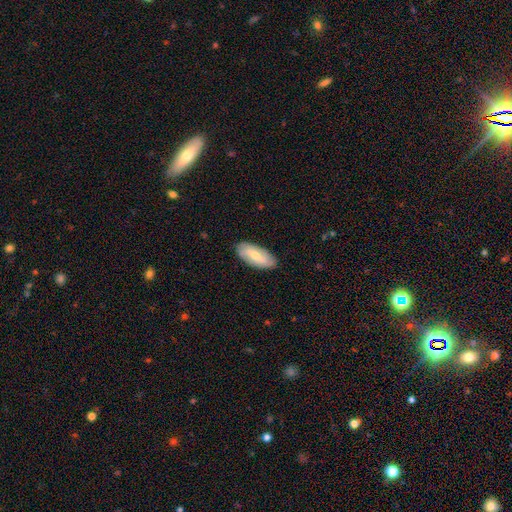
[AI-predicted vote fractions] Overall: smooth (54%; featured or disk 40%). How rounded: in between (83%). Merging: none (86%).